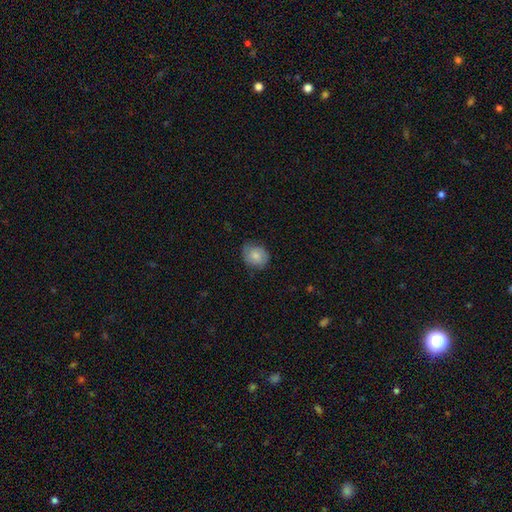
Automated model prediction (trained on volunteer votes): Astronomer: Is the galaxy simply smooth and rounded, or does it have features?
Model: smooth — 78%.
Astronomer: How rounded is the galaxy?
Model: round — 67%.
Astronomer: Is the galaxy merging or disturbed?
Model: none — 73%.